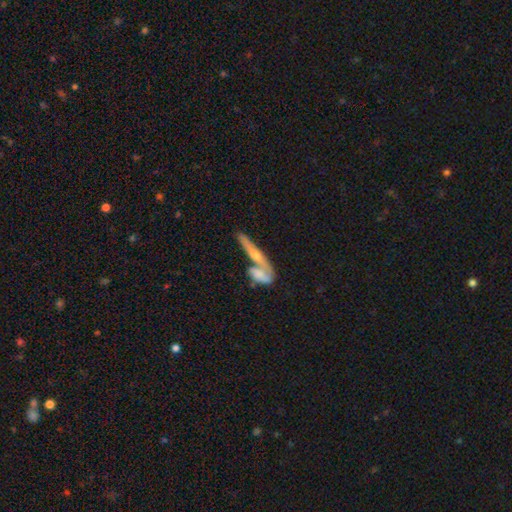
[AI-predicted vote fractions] featured or disk 51%, smooth 39%, star or artifact 9%. Down the decision tree: edge-on disk — yes (62%); merging — merger (52%).